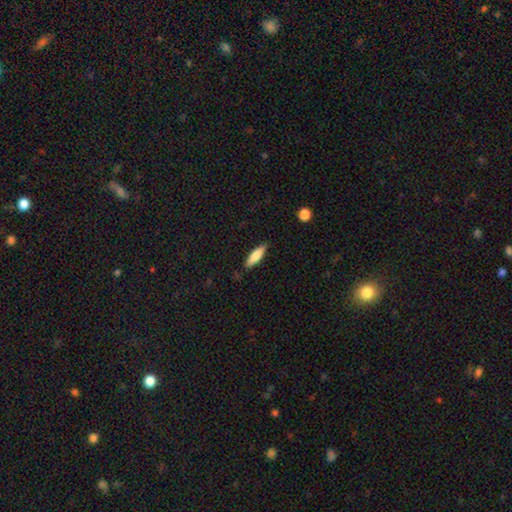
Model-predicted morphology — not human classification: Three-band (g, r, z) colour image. It shows a smooth galaxy with no disk features (76%) that is cigar-shaped (63%). Merging: none (86%).